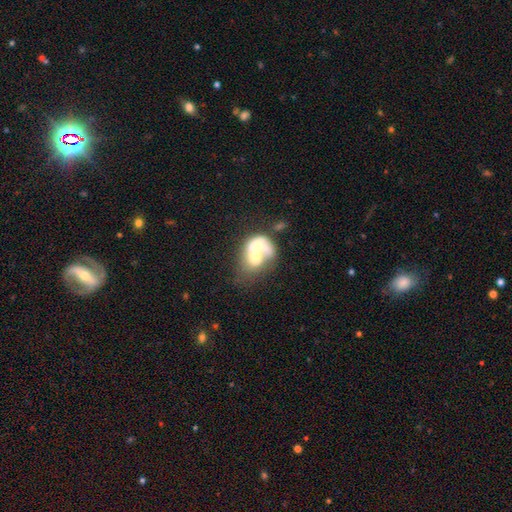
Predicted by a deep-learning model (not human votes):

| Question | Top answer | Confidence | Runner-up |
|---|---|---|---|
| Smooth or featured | smooth | 47% | featured or disk (46%) |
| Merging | merger | 74% | major disturbance (10%) |